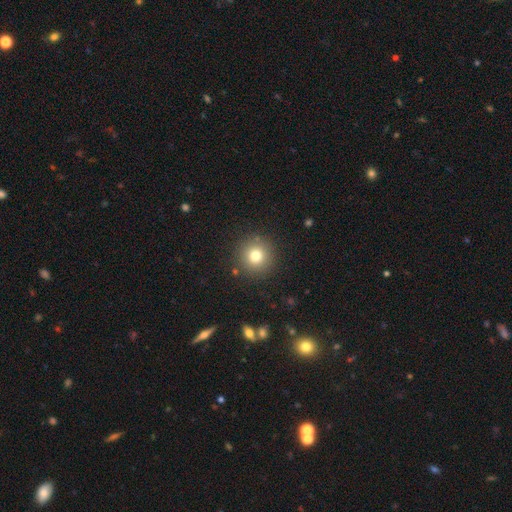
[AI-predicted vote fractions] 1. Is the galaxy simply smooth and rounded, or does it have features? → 77% smooth, 13% star or artifact, 9% featured or disk.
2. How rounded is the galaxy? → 95% round, 4% in between, 1% cigar-shaped.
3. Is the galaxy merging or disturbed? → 89% none, 6% minor disturbance, 3% major disturbance, 2% merger.